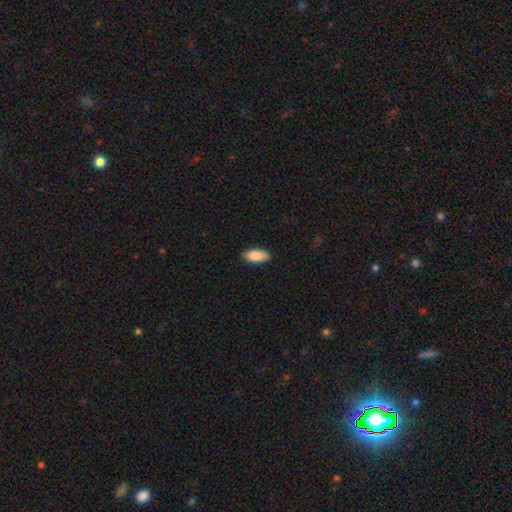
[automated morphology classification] smooth 89%, star or artifact 6%, featured or disk 5%. Down the decision tree: how rounded — in between (90%); merging — none (86%).